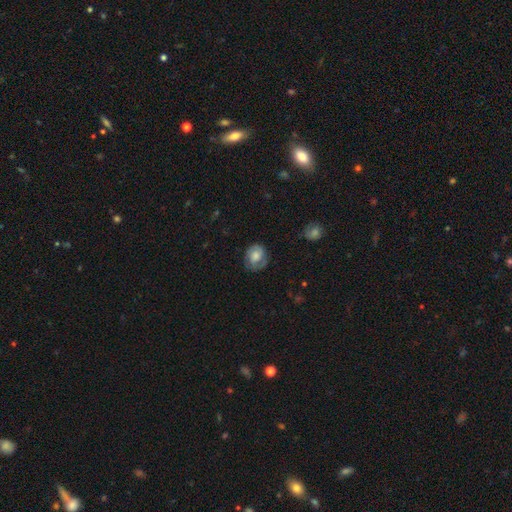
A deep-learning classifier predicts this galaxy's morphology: A smooth galaxy with no disk features (48%).

Vote fractions:
- Smooth or featured? smooth: 48% / featured or disk: 44% / star or artifact: 8%
- Merging? none: 68% / minor disturbance: 22% / major disturbance: 8% / merger: 1%